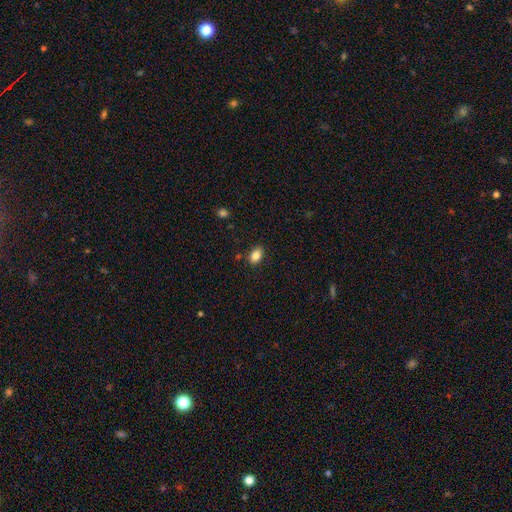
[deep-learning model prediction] smooth-or-featured: smooth: 84% | star or artifact: 9% | featured or disk: 7%
  how-rounded: in between: 83% | round: 15% | cigar-shaped: 1%
  merging: none: 85% | minor disturbance: 10% | major disturbance: 2% | merger: 2%